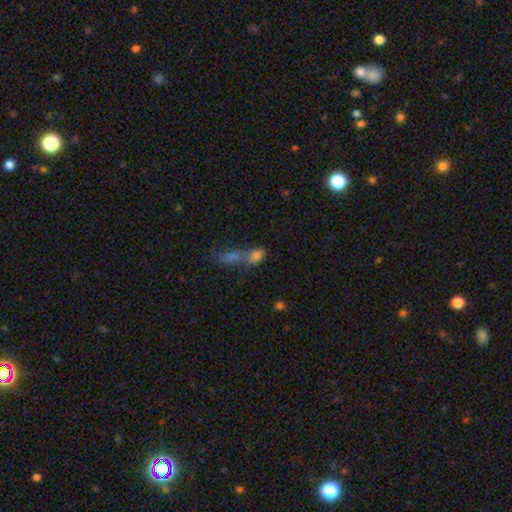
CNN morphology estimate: This appears to be a smooth galaxy with no disk features (73%) that is in between round and cigar-shaped (77%). Merging: merger (68%).